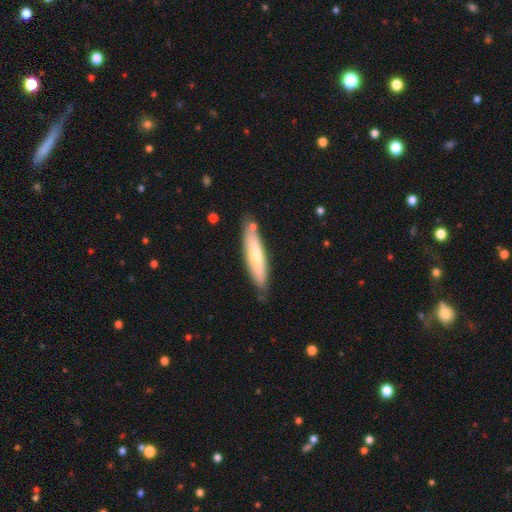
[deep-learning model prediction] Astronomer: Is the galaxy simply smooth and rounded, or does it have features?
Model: smooth — 55% (runner-up: featured or disk, 40%).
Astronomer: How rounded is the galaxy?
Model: cigar-shaped — 80%.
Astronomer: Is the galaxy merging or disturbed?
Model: none — 78%.